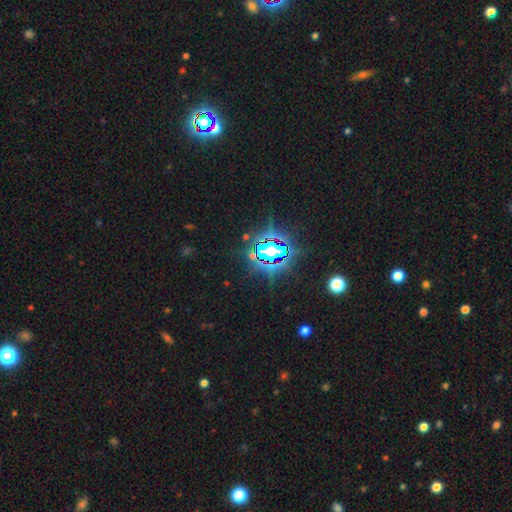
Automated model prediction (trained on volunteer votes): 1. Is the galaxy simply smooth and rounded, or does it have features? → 80% star or artifact, 11% smooth, 9% featured or disk.